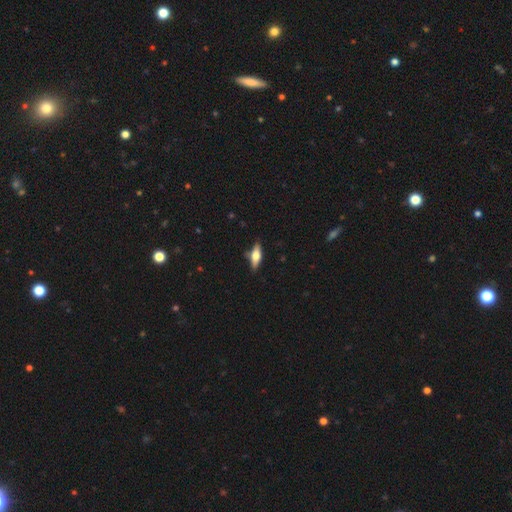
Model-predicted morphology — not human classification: Smooth or featured? smooth (47%)
Merging? none (80%)